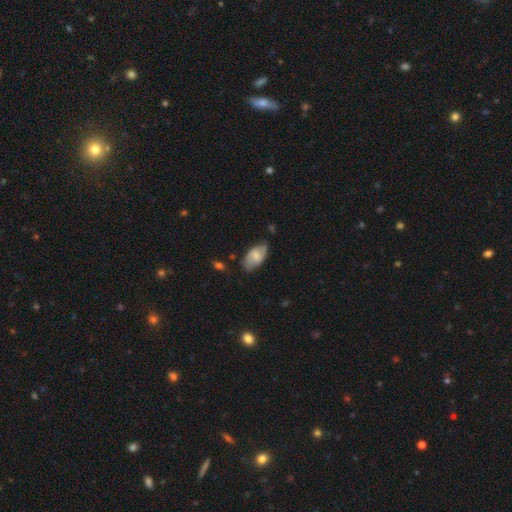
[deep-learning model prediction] Q: Smooth or featured?
A: smooth (59%); runner-up: featured or disk (35%)
Q: How rounded?
A: in between (93%); runner-up: round (4%)
Q: Merging?
A: none (66%); runner-up: minor disturbance (27%)